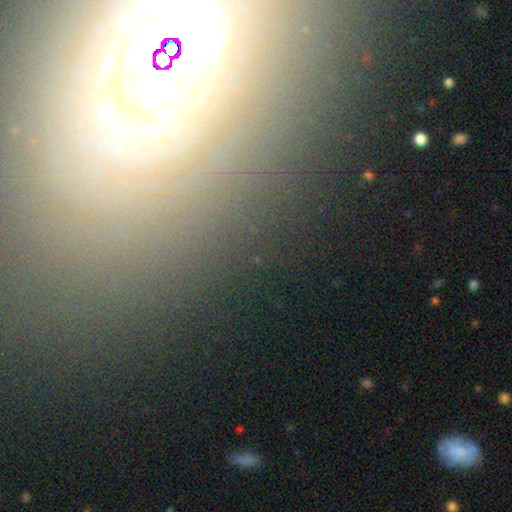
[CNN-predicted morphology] Q: Smooth or featured?
A: featured or disk (50%); runner-up: star or artifact (30%)
Q: Merging?
A: none (82%); runner-up: minor disturbance (10%)